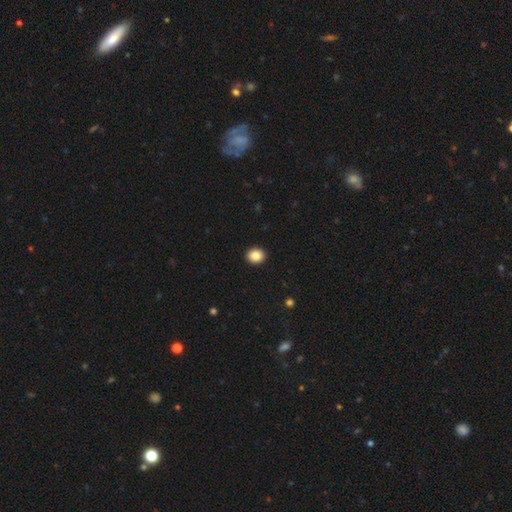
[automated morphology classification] This appears to be a smooth galaxy with no disk features (85%) that is round (69%). Merging: none (93%).